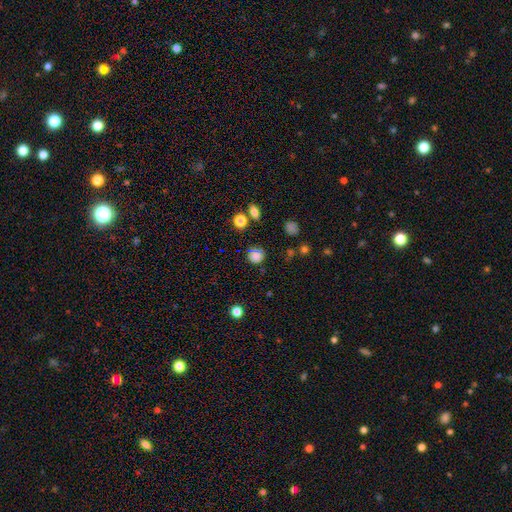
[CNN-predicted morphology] Smooth or featured? smooth (77%)
How rounded? round (86%)
Merging? none (74%)